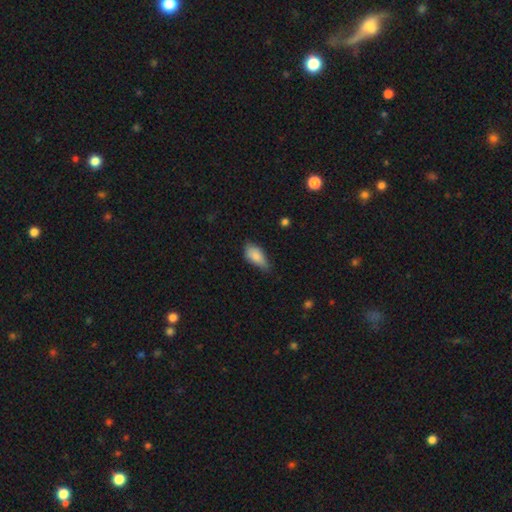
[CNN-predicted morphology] Overall: smooth (83%). How rounded: in between (88%). Merging: none (50%; minor disturbance 40%).